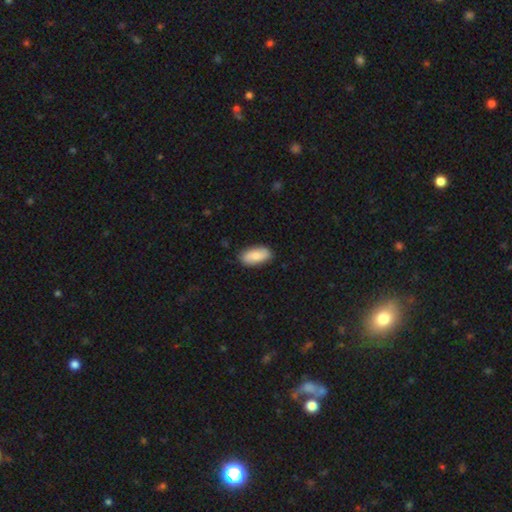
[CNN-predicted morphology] A smooth galaxy with no disk features (82%) that is in between round and cigar-shaped (92%). Merging: none (84%).